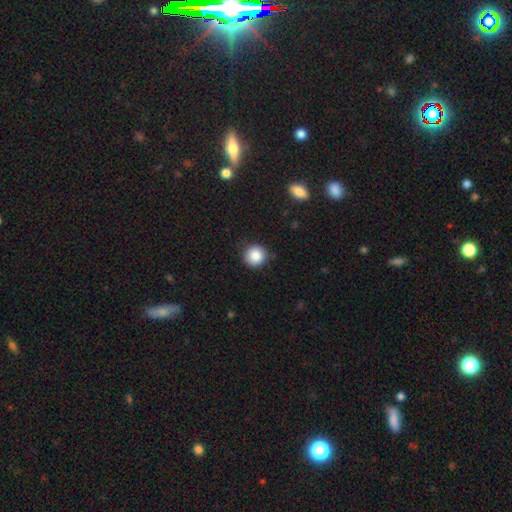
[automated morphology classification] The model was most divided on "merging": none: 86%, minor disturbance: 10%, major disturbance: 2%, merger: 1%. More confident: how rounded — round (94%); smooth or featured — smooth (86%).